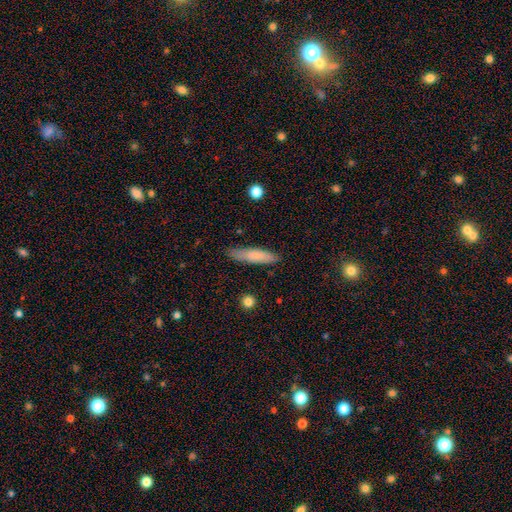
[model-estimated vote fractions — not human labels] smooth 78%, featured or disk 16%, star or artifact 6%. Down the decision tree: how rounded — cigar-shaped (80%); merging — none (84%).